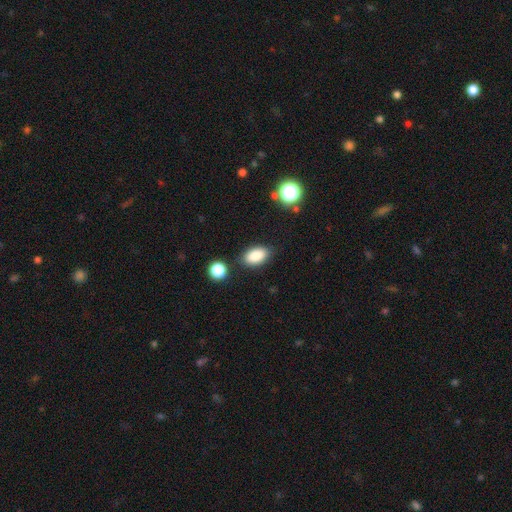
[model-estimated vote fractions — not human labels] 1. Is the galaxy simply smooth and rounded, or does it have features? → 87% smooth, 8% star or artifact, 5% featured or disk.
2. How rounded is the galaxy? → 91% in between, 7% round, 2% cigar-shaped.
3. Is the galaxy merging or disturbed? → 83% none, 10% minor disturbance, 4% merger, 3% major disturbance.